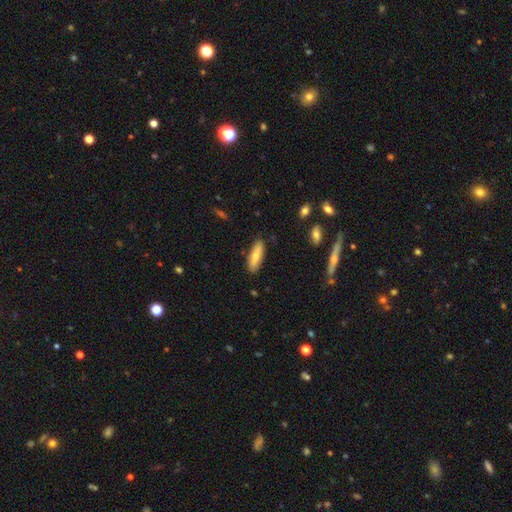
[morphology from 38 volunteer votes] smooth_or_featured: smooth (p=0.79) [alt: featured or disk p=0.16]
how_rounded: in between (p=0.53) [alt: cigar-shaped p=0.47]
merging: none (p=0.83) [alt: minor disturbance p=0.14]